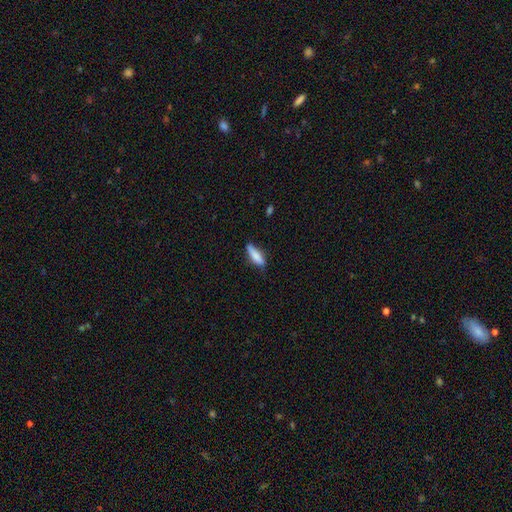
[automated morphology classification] smooth-or-featured: smooth: 76% | featured or disk: 18% | star or artifact: 6%
  how-rounded: cigar-shaped: 57% | in between: 41% | round: 2%
  merging: none: 65% | minor disturbance: 27% | major disturbance: 5% | merger: 2%